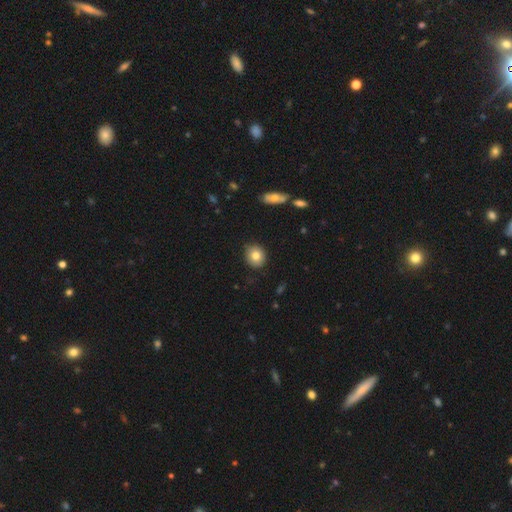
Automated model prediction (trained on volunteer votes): smooth-or-featured: smooth: 80% | featured or disk: 11% | star or artifact: 9%
  how-rounded: round: 78% | in between: 21% | cigar-shaped: 1%
  merging: none: 87% | minor disturbance: 9% | major disturbance: 2% | merger: 1%